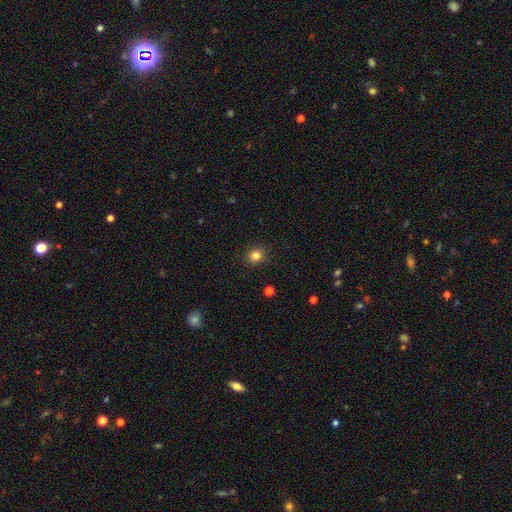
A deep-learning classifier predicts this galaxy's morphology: Smooth or featured? smooth (83%)
How rounded? round (84%)
Merging? none (90%)